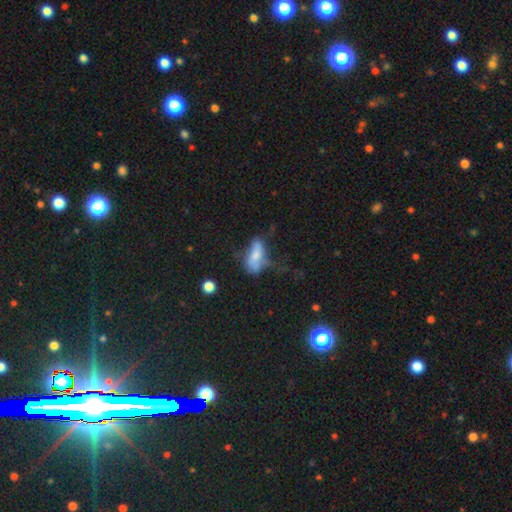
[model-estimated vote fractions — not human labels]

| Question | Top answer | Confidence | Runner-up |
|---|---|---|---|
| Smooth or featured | smooth | 58% | featured or disk (32%) |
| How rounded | in between | 78% | cigar-shaped (18%) |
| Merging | major disturbance | 37% | none (27%) |